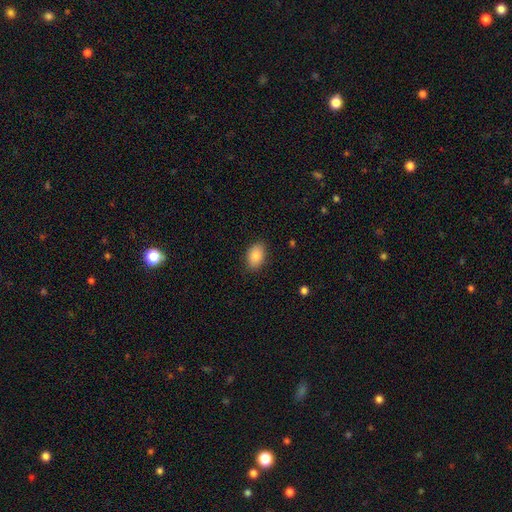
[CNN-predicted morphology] Smooth or featured: smooth — 85% (star or artifact — 7%)
How rounded: in between — 86% (round — 13%)
Merging: none — 86% (minor disturbance — 11%)